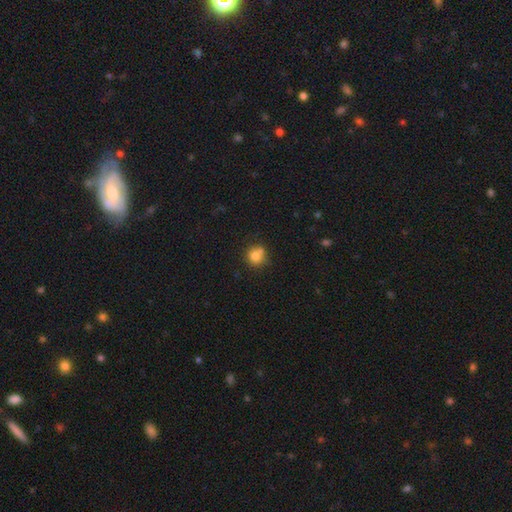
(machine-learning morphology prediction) The model was most divided on "merging": none: 57%, merger: 25%, minor disturbance: 14%, major disturbance: 4%. More confident: how rounded — round (86%); smooth or featured — smooth (78%).